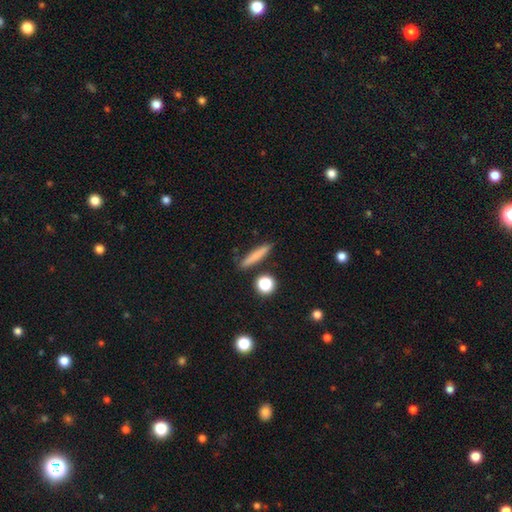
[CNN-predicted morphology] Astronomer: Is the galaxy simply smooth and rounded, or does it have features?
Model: smooth — 77%.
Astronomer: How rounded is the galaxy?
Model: cigar-shaped — 86%.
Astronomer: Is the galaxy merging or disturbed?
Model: none — 86%.